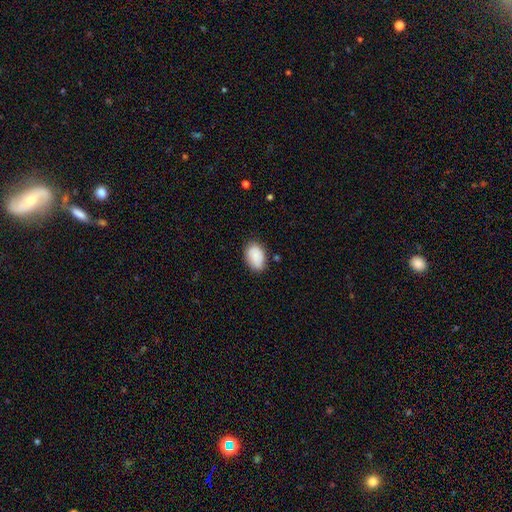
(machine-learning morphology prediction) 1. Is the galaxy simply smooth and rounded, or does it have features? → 88% smooth, 7% star or artifact, 6% featured or disk.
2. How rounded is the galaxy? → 87% in between, 12% round, 1% cigar-shaped.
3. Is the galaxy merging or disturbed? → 77% none, 18% minor disturbance, 3% major disturbance, 2% merger.